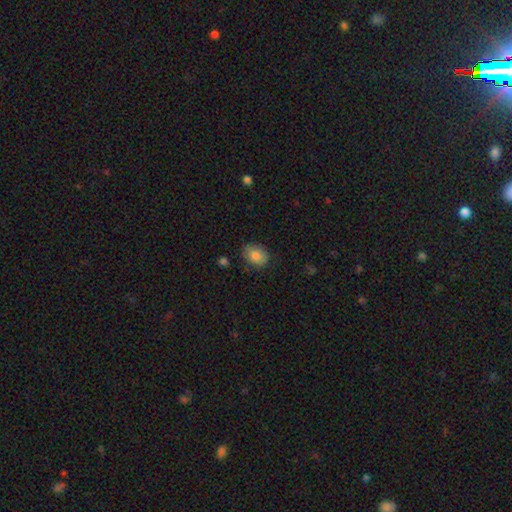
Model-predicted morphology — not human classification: smooth-or-featured: smooth: 84% | featured or disk: 9% | star or artifact: 8%
  how-rounded: in between: 66% | round: 33% | cigar-shaped: 1%
  merging: none: 78% | minor disturbance: 17% | major disturbance: 4% | merger: 2%